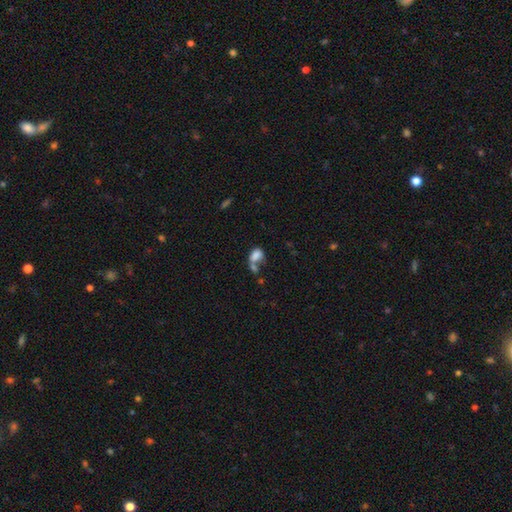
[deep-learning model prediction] Smooth or featured? Predicted: smooth (p=0.78). How rounded? Predicted: in between (p=0.76). Merging? Predicted: merger (p=0.51).